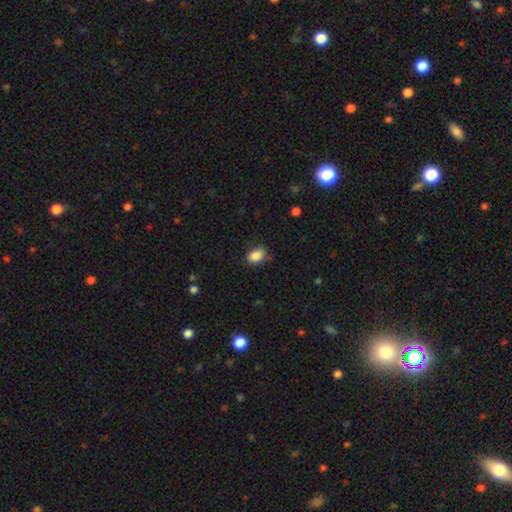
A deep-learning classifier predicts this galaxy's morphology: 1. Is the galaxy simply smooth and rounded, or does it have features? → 87% smooth, 8% star or artifact, 5% featured or disk.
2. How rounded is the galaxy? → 82% in between, 16% round, 1% cigar-shaped.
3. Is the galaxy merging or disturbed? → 74% none, 20% minor disturbance, 4% major disturbance, 2% merger.